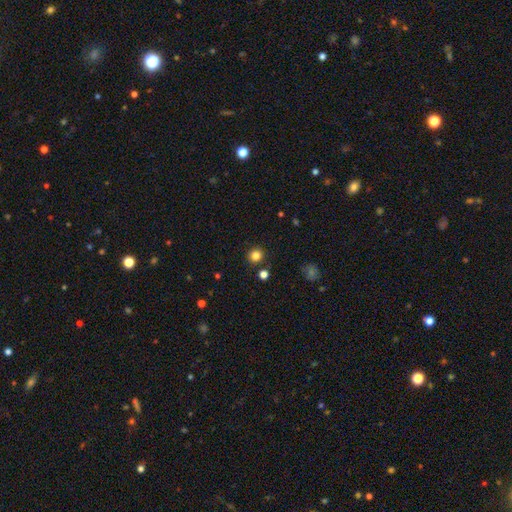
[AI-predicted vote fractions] smooth 82%, star or artifact 13%, featured or disk 4%. Down the decision tree: how rounded — round (93%); merging — none (89%).